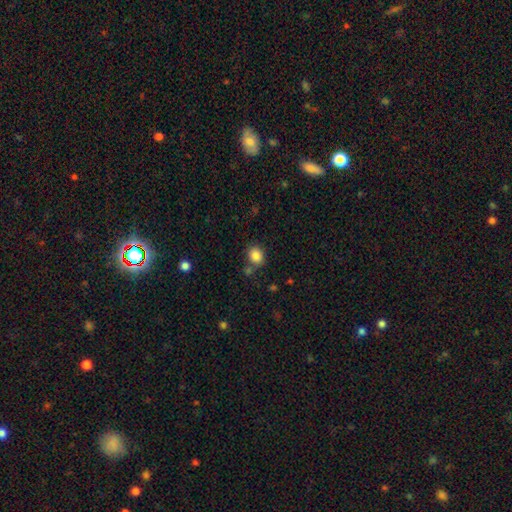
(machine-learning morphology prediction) Smooth or featured: smooth — 86% (star or artifact — 10%)
How rounded: round — 55% (in between — 44%)
Merging: none — 72% (minor disturbance — 13%)